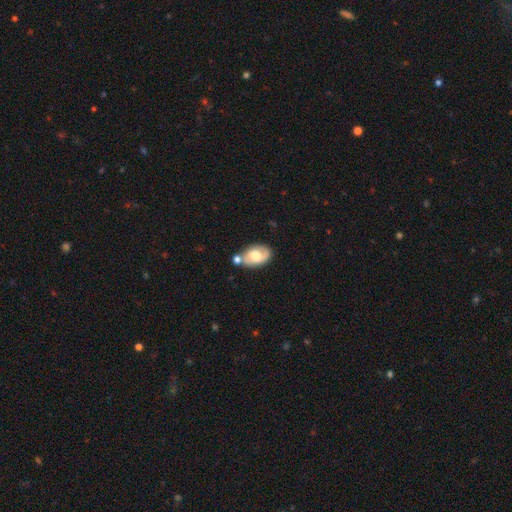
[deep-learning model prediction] A featured or disk galaxy (52%). Merging: none (55%).